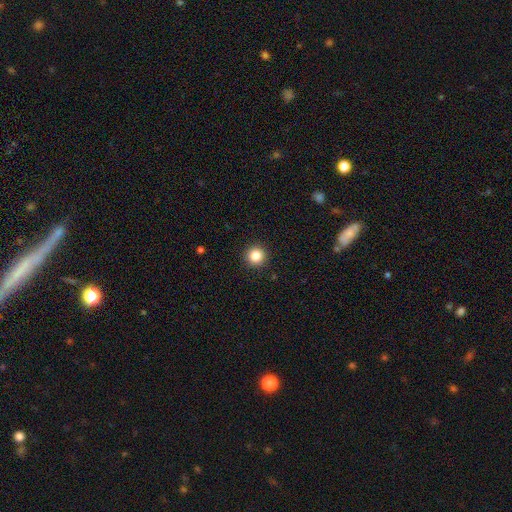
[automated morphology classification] A smooth galaxy with no disk features (84%) that is round (95%). Merging: none (93%).